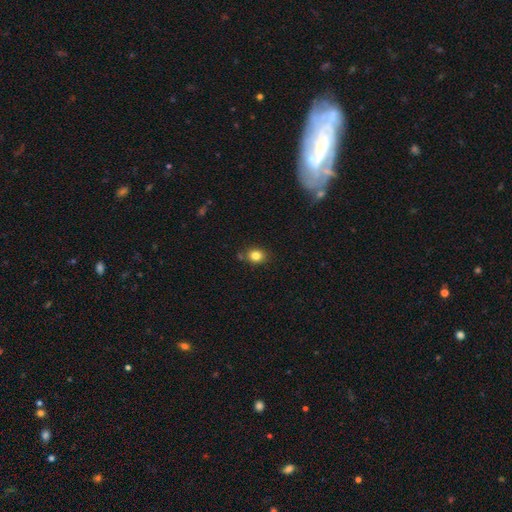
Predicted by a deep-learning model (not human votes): Smooth or featured: smooth — 83% (star or artifact — 11%)
How rounded: round — 59% (in between — 40%)
Merging: none — 79% (minor disturbance — 13%)